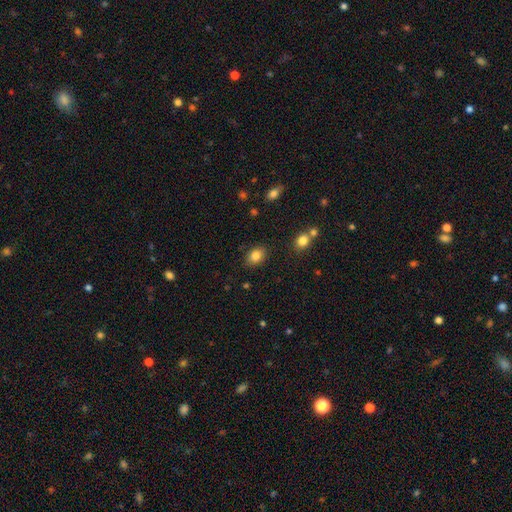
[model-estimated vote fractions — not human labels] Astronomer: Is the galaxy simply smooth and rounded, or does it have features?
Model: smooth — 84%.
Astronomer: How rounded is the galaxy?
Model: in between — 70%.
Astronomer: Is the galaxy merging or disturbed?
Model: none — 85%.